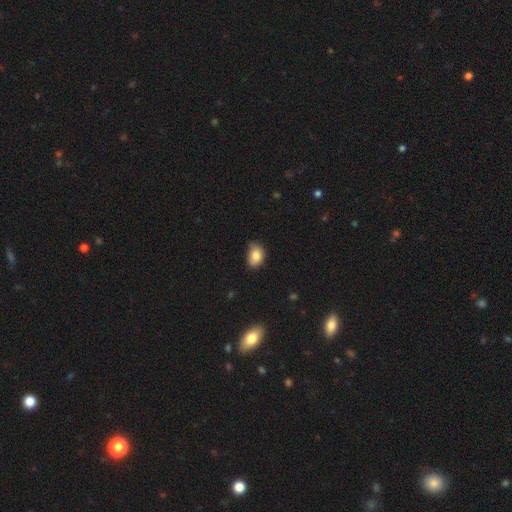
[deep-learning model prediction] smooth-or-featured: smooth: 82% | featured or disk: 10% | star or artifact: 9%
  how-rounded: in between: 75% | round: 24% | cigar-shaped: 1%
  merging: none: 53% | minor disturbance: 38% | major disturbance: 6% | merger: 2%